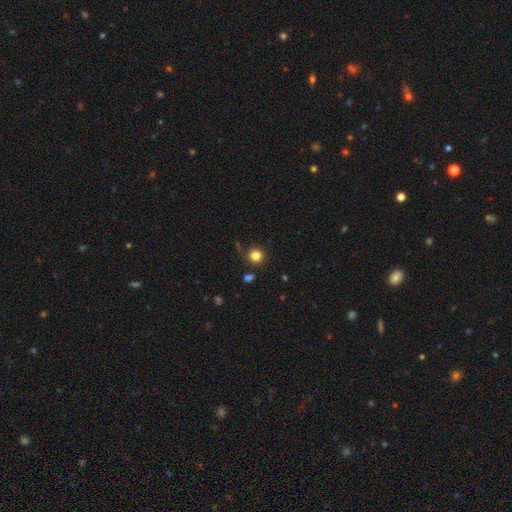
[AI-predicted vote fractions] Overall: smooth (82%). How rounded: round (92%). Merging: none (81%).